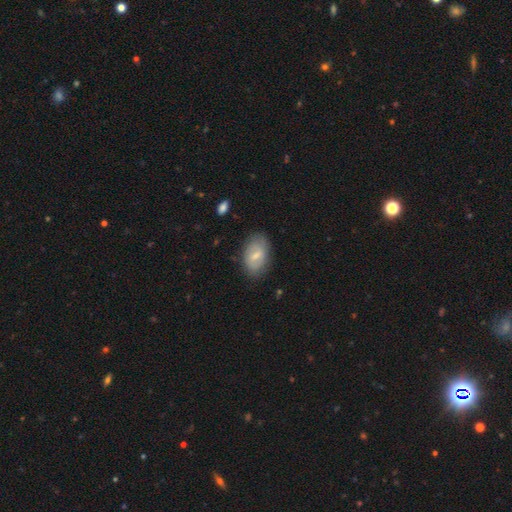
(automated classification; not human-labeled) Morphology: type=smooth (58%); roundness=in between (90%); merging=none (77%).